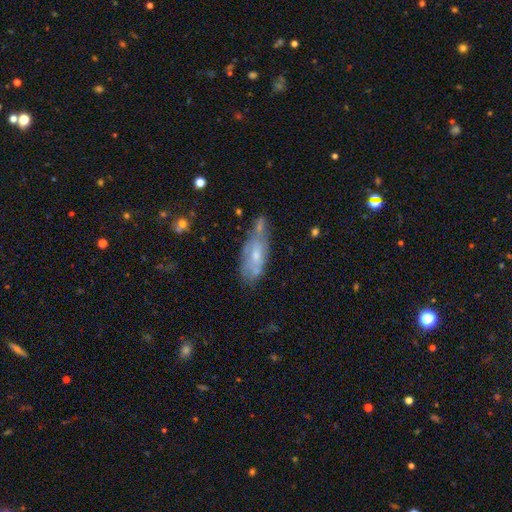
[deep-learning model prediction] featured or disk 49%, smooth 43%, star or artifact 8%. Down the decision tree: merging — none (44%).